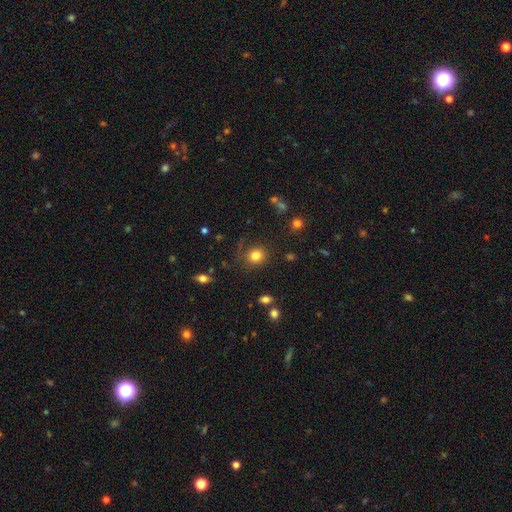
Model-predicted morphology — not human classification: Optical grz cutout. It shows a smooth galaxy with no disk features (81%) that is round (83%). Merging: none (77%).